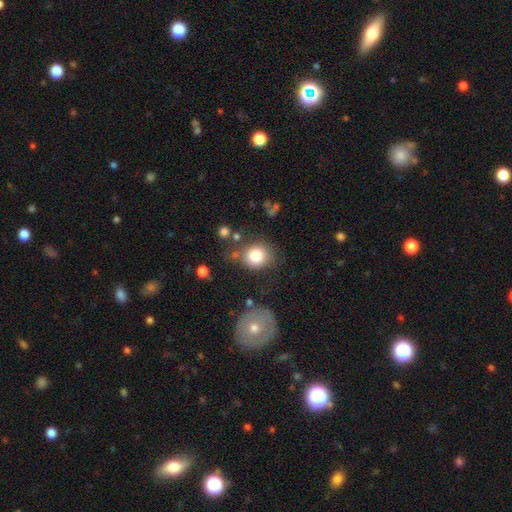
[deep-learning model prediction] Smooth or featured?
  - smooth: 82% *
  - star or artifact: 9%
  - featured or disk: 9%
How rounded?
  - round: 76% *
  - in between: 23%
  - cigar-shaped: 1%
Merging?
  - none: 67% *
  - minor disturbance: 18%
  - merger: 8%
  - major disturbance: 8%